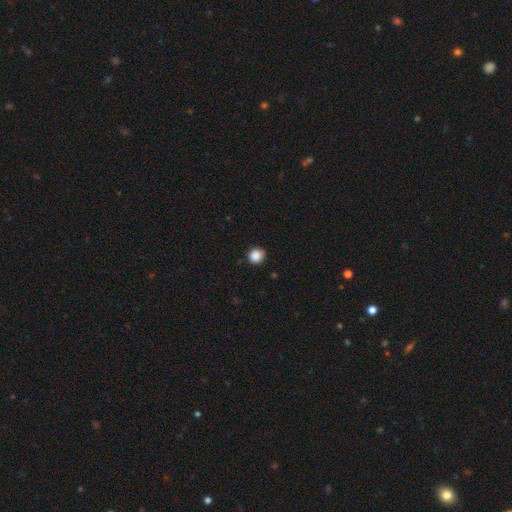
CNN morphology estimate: This appears to be a smooth galaxy with no disk features (87%) that is round (93%). Merging: none (89%).